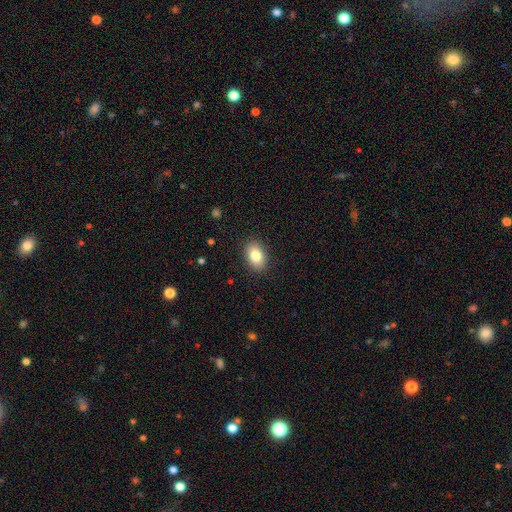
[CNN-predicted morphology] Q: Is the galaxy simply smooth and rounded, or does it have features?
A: smooth — 84%.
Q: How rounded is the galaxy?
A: in between — 84%.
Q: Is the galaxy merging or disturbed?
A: none — 88%.